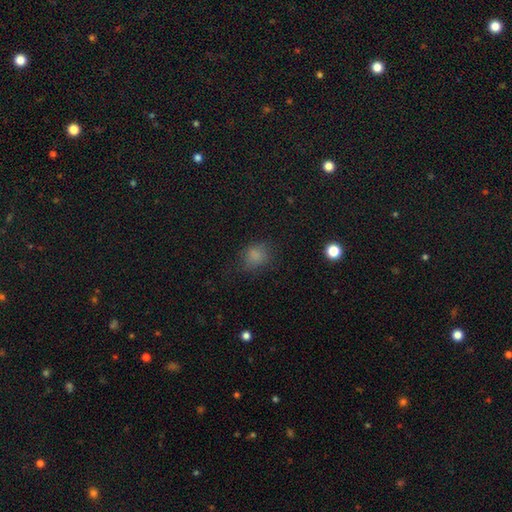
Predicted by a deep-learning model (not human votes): smooth 80%, star or artifact 14%, featured or disk 6%. Down the decision tree: how rounded — round (63%); merging — none (72%).